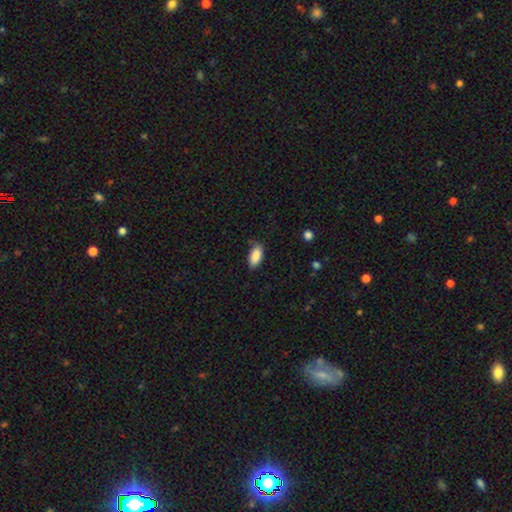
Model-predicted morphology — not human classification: A smooth galaxy with no disk features (88%) that is in between round and cigar-shaped (90%). Merging: none (76%).